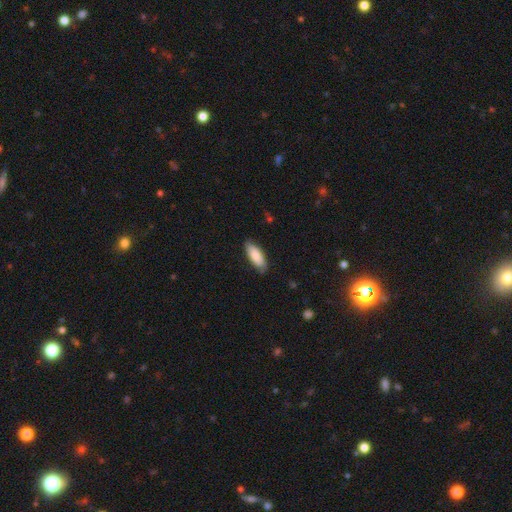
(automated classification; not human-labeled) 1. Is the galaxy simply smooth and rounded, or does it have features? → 83% smooth, 12% featured or disk, 6% star or artifact.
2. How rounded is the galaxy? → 73% in between, 25% cigar-shaped, 2% round.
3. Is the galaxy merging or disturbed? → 79% none, 17% minor disturbance, 3% major disturbance, 1% merger.